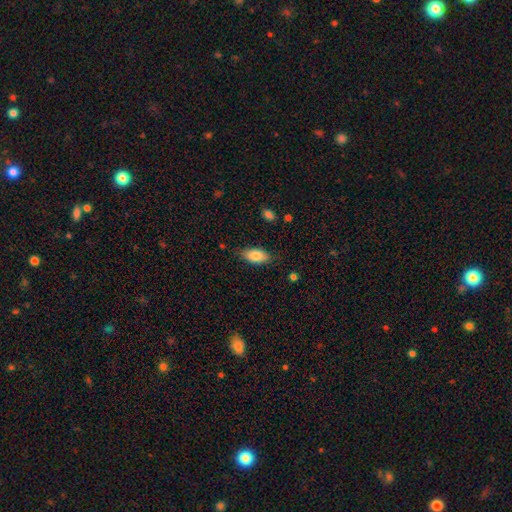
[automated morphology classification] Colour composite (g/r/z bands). It shows a smooth galaxy with no disk features (84%) that is in between round and cigar-shaped (88%). Merging: none (81%).